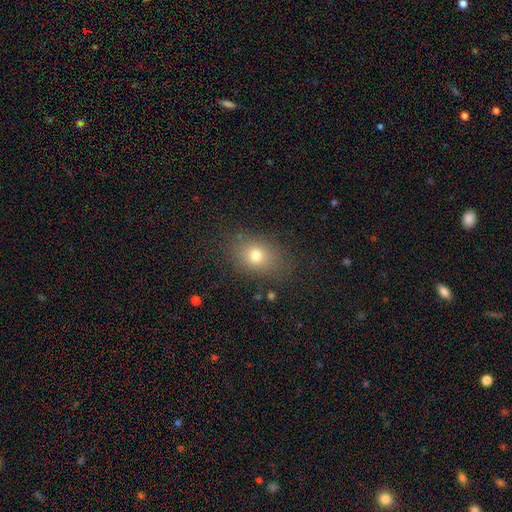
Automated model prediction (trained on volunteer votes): smooth-or-featured: smooth: 74% | star or artifact: 15% | featured or disk: 11%
  how-rounded: in between: 54% | round: 45% | cigar-shaped: 1%
  merging: none: 81% | minor disturbance: 12% | major disturbance: 5% | merger: 1%